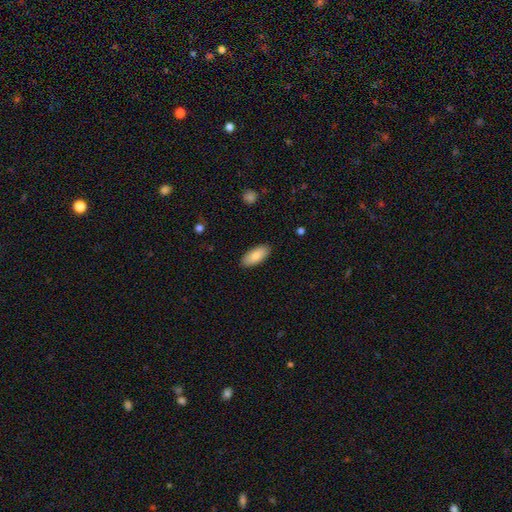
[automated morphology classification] smooth-or-featured: smooth: 85% | featured or disk: 9% | star or artifact: 6%
  how-rounded: in between: 89% | cigar-shaped: 9% | round: 2%
  merging: none: 89% | minor disturbance: 8% | major disturbance: 2% | merger: 1%